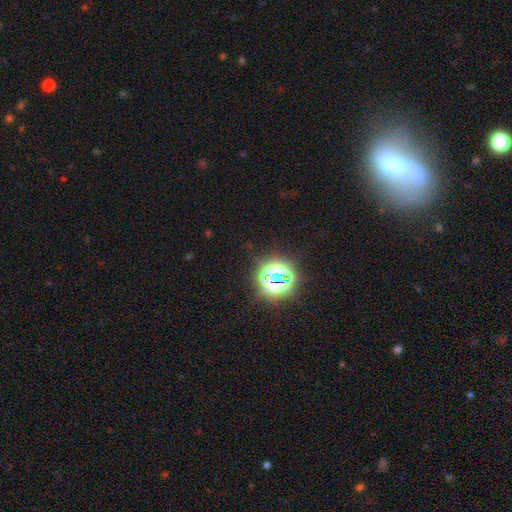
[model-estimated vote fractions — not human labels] Morphology: type=star or artifact (73%).